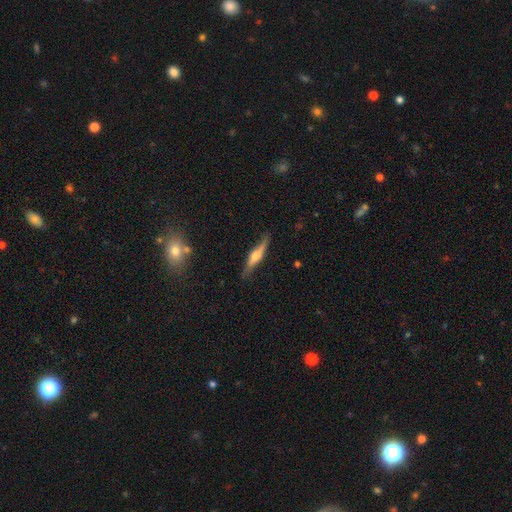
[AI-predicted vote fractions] smooth_or_featured: featured or disk (p=0.64) [alt: smooth p=0.30]
disk_edge_on: yes (p=0.94) [alt: no p=0.06]
edge_on_bulge: rounded (p=0.85) [alt: boxy p=0.10]
merging: none (p=0.82) [alt: minor disturbance p=0.14]